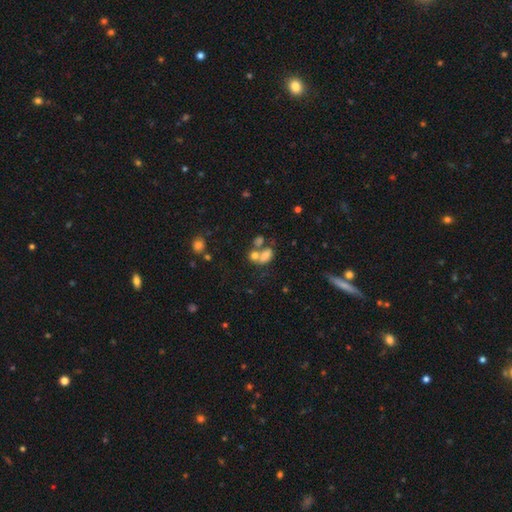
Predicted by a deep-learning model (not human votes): Q: Smooth or featured?
A: smooth (67%); runner-up: star or artifact (17%)
Q: How rounded?
A: in between (66%); runner-up: round (32%)
Q: Merging?
A: merger (52%); runner-up: none (28%)